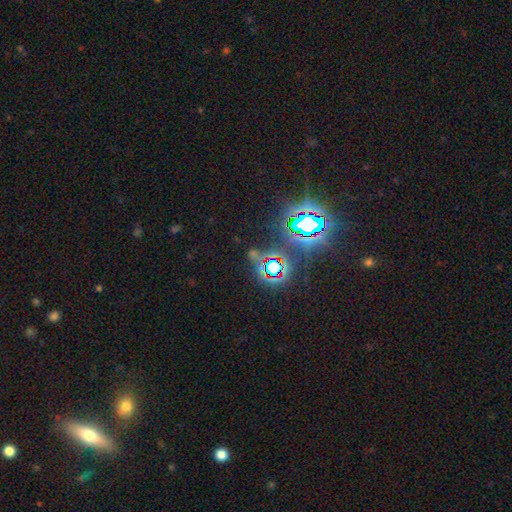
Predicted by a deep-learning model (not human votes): Morphology: type=star or artifact (79%).